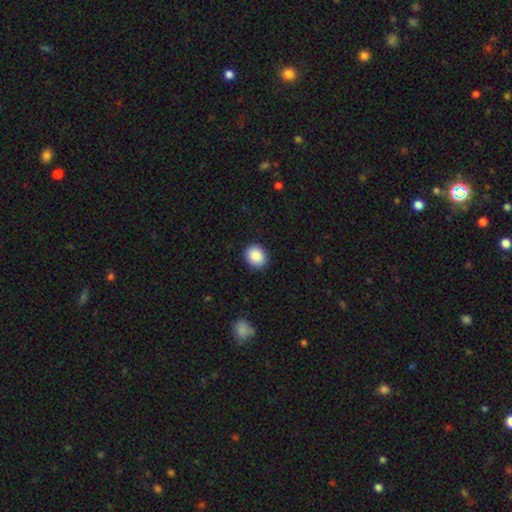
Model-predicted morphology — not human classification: smooth 88%, star or artifact 8%, featured or disk 4%. Down the decision tree: how rounded — round (57%); merging — none (89%).